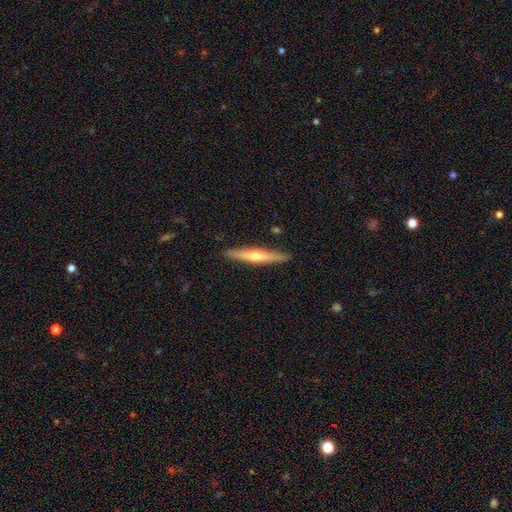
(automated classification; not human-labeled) Q: Smooth or featured?
A: featured or disk (59%); runner-up: smooth (36%)
Q: Edge-on disk?
A: yes (96%); runner-up: no (4%)
Q: Edge-on bulge?
A: rounded (83%); runner-up: none (13%)
Q: Merging?
A: none (91%); runner-up: minor disturbance (7%)